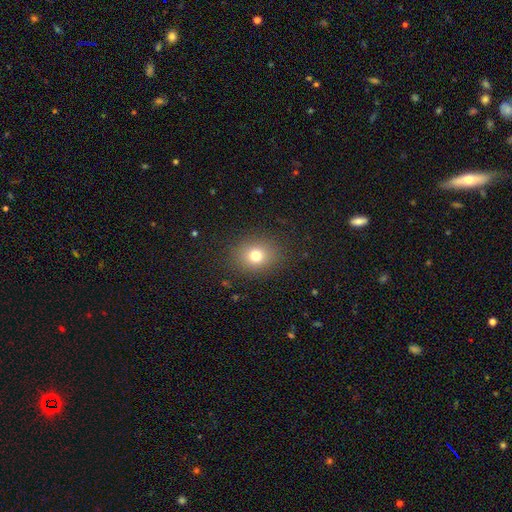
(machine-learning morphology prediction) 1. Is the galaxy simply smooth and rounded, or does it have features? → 75% smooth, 15% star or artifact, 10% featured or disk.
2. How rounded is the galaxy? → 66% round, 33% in between, 1% cigar-shaped.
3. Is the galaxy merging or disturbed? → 88% none, 8% minor disturbance, 4% major disturbance, 1% merger.